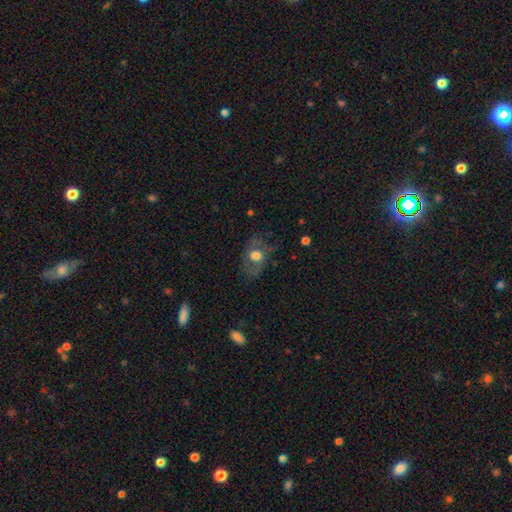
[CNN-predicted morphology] smooth_or_featured: smooth (p=0.52) [alt: featured or disk p=0.38]
how_rounded: in between (p=0.62) [alt: round p=0.37]
merging: none (p=0.60) [alt: minor disturbance p=0.22]